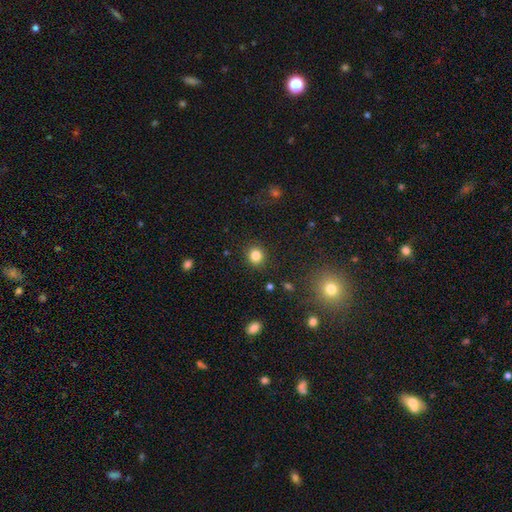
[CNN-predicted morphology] Q: Smooth or featured?
A: smooth (83%); runner-up: star or artifact (12%)
Q: How rounded?
A: round (86%); runner-up: in between (13%)
Q: Merging?
A: none (89%); runner-up: minor disturbance (7%)